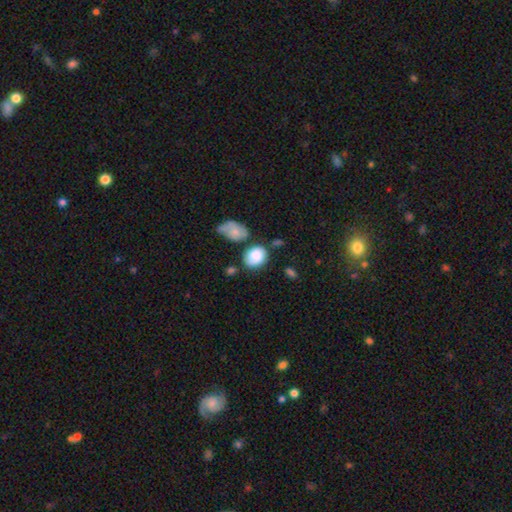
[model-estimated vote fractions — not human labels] smooth 83%, featured or disk 10%, star or artifact 7%. Down the decision tree: how rounded — in between (62%); merging — none (53%).